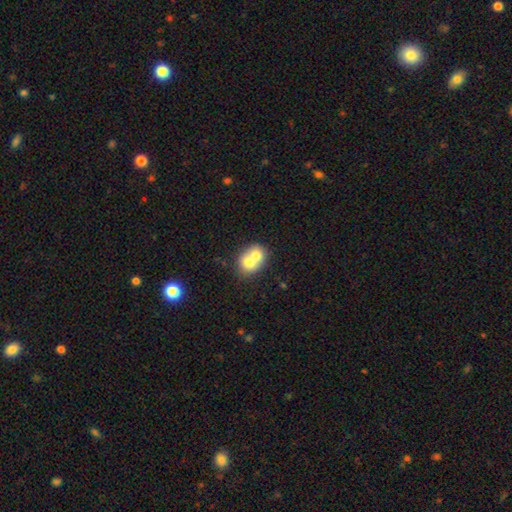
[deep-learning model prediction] This is likely a smooth galaxy (67%). How rounded: likely round (62%). Merging: likely merger (73%).